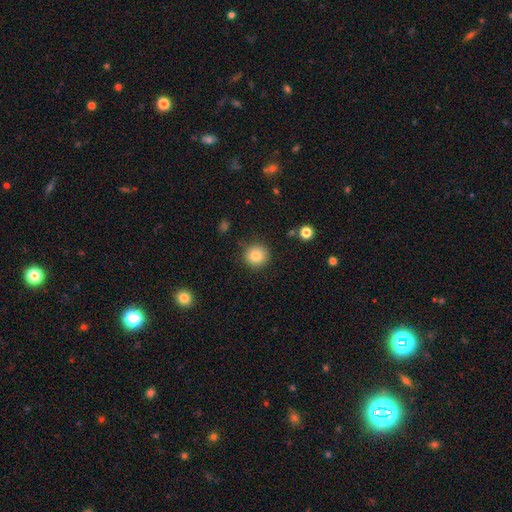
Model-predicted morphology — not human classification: type=smooth (83%); roundness=round (94%); merging=none (88%).